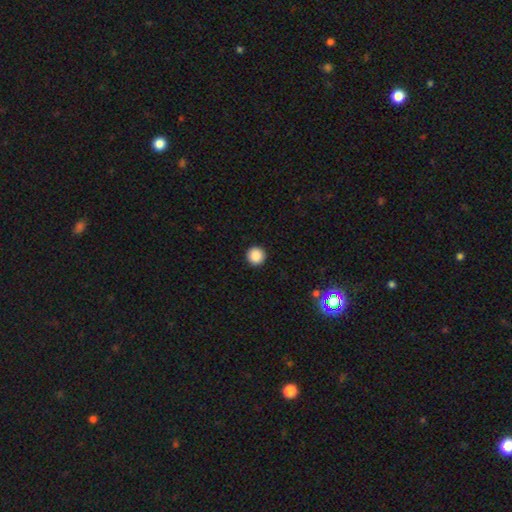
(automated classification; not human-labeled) Morphology: type=smooth (88%); roundness=round (97%); merging=none (94%).